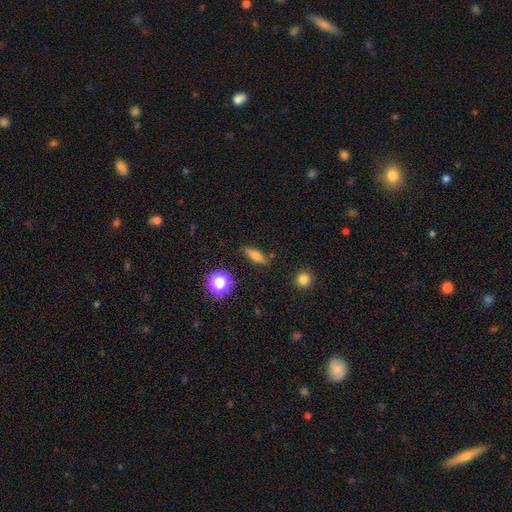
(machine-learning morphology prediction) This appears to be a smooth galaxy with no disk features (70%) that is in between round and cigar-shaped (46%). Merging: none (83%).